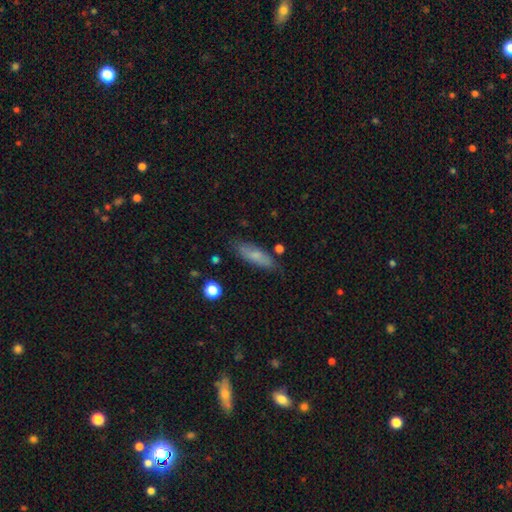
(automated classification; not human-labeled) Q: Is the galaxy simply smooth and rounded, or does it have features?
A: smooth — 72%.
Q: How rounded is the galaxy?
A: cigar-shaped — 53%.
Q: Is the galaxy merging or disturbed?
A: none — 78%.